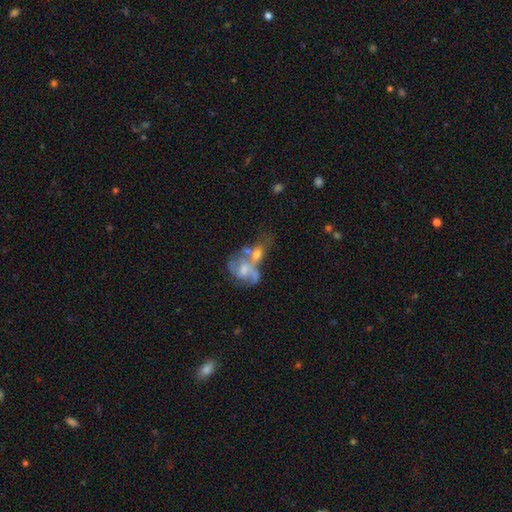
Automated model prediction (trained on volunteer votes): smooth-or-featured: featured or disk: 66% | smooth: 22% | star or artifact: 12%
  disk-edge-on: no: 96% | yes: 4%
    bar: no: 63% | weak: 29% | strong: 7%
    has-spiral-arms: yes: 73% | no: 27%
    bulge-size: moderate: 46% | small: 32% | none: 13% | large: 7% | dominant: 2%
  merging: merger: 53% | none: 25% | major disturbance: 12% | minor disturbance: 10%